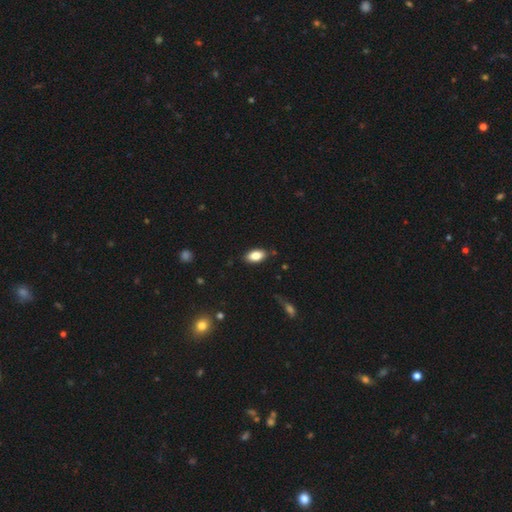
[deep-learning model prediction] Smooth or featured? Predicted: smooth (p=0.83). How rounded? Predicted: in between (p=0.92). Merging? Predicted: none (p=0.85).